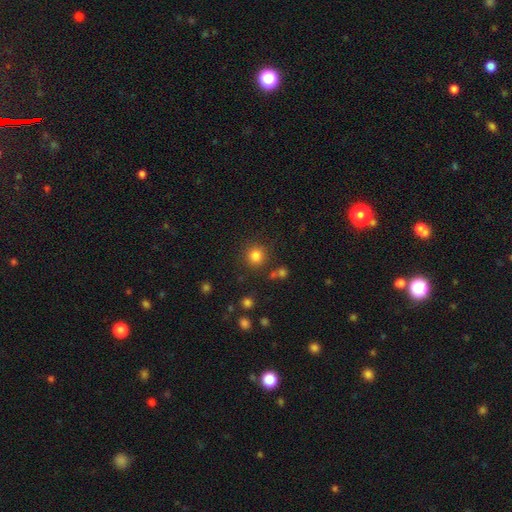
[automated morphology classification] smooth-or-featured: smooth: 82% | star or artifact: 13% | featured or disk: 5%
  how-rounded: round: 92% | in between: 7% | cigar-shaped: 1%
  merging: none: 86% | minor disturbance: 8% | merger: 4% | major disturbance: 3%